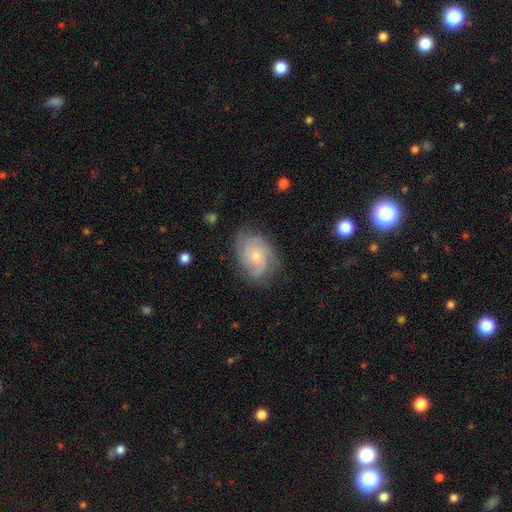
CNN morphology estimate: Smooth or featured: featured or disk — 83% (smooth — 11%)
Edge-on disk: no — 98% (yes — 2%)
Bar: no — 74% (weak — 23%)
Spiral arms: yes — 97% (no — 3%)
Spiral winding: tight — 53% (medium — 38%)
Spiral arm count: 3 — 42% (4 — 17%)
Bulge size: small — 67% (moderate — 29%)
Merging: none — 75% (minor disturbance — 18%)